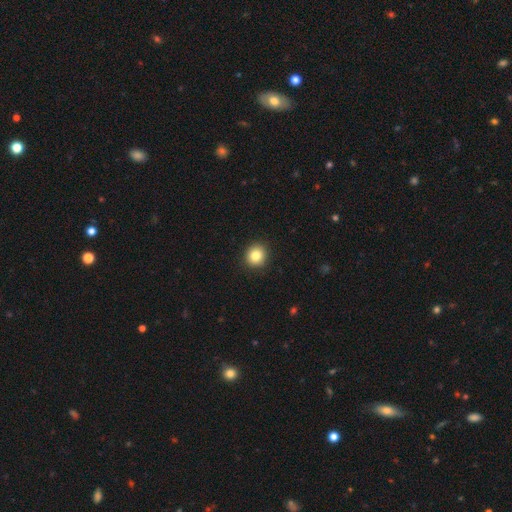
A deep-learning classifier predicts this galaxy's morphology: smooth 83%, star or artifact 10%, featured or disk 7%. Down the decision tree: how rounded — round (89%); merging — none (91%).